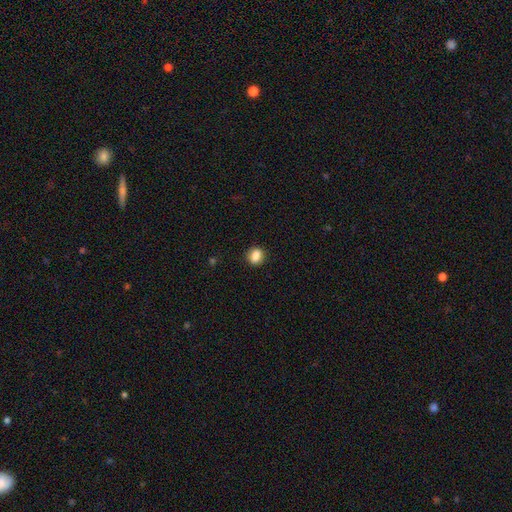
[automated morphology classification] This is clearly a smooth galaxy (86%). How rounded: possibly round (53%). Merging: clearly none (88%).